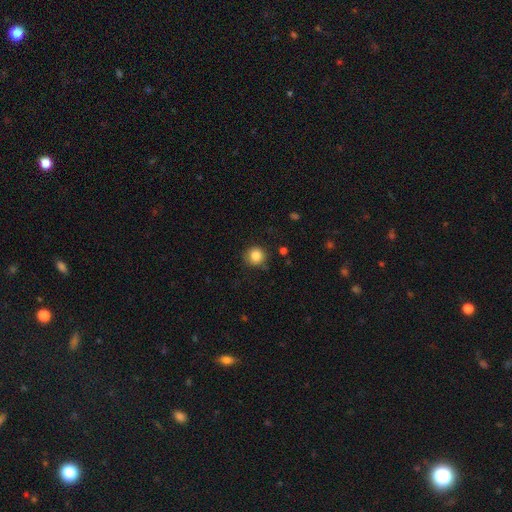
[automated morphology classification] Overall: smooth (84%). How rounded: round (93%). Merging: none (83%).